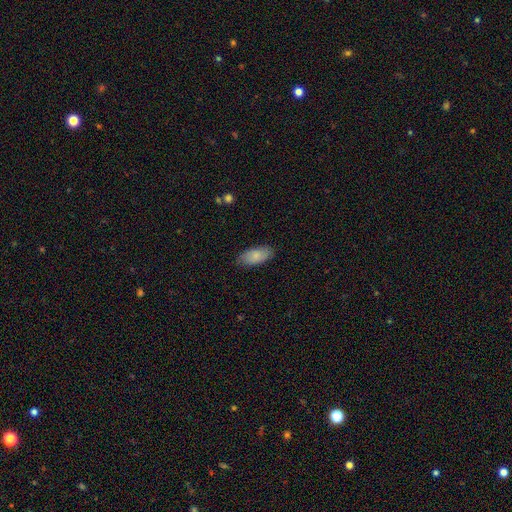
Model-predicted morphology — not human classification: A smooth galaxy with no disk features (82%) that is in between round and cigar-shaped (90%).

Vote fractions:
- Smooth or featured? smooth: 82% / featured or disk: 12% / star or artifact: 6%
- How rounded? in between: 90% / cigar-shaped: 8% / round: 2%
- Merging? none: 82% / minor disturbance: 14% / major disturbance: 3% / merger: 1%